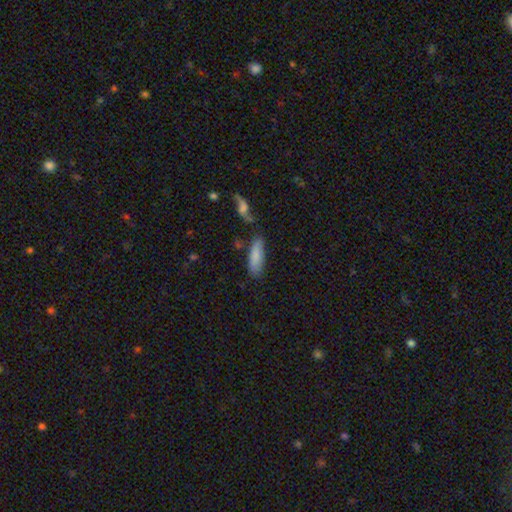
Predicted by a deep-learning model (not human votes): A smooth galaxy with no disk features (83%) that is in between round and cigar-shaped (49%, tied with cigar-shaped).

Vote fractions:
- Smooth or featured? smooth: 83% / featured or disk: 11% / star or artifact: 6%
- How rounded? in between: 49% (tied) / cigar-shaped: 49% (tied) / round: 2%
- Merging? none: 71% / minor disturbance: 17% / merger: 7% / major disturbance: 4%